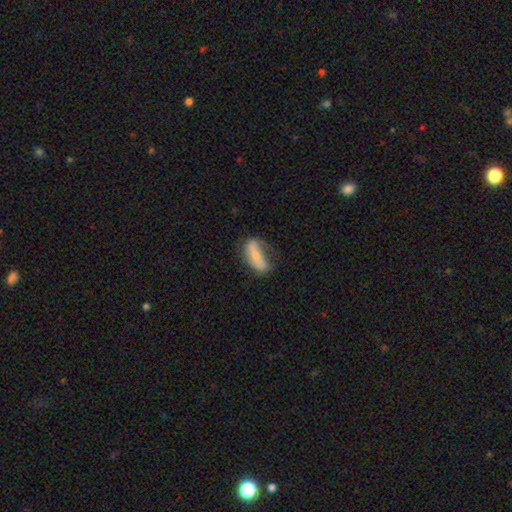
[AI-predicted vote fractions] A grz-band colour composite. It shows a smooth galaxy with no disk features (61%) that is in between round and cigar-shaped (67%). Merging: none (42%).